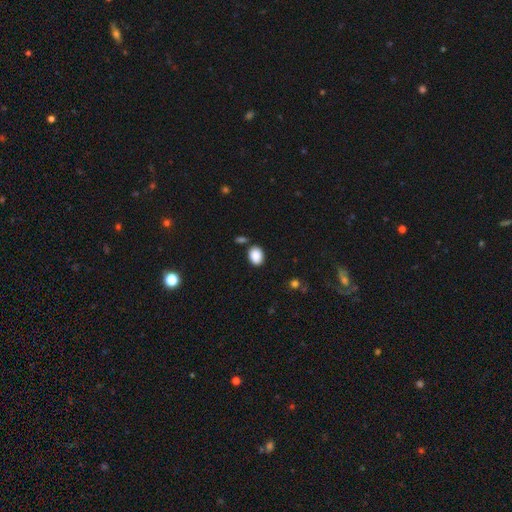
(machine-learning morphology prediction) smooth-or-featured: smooth: 89% | star or artifact: 8% | featured or disk: 3%
  how-rounded: in between: 70% | round: 29% | cigar-shaped: 1%
  merging: none: 79% | minor disturbance: 12% | merger: 6% | major disturbance: 3%